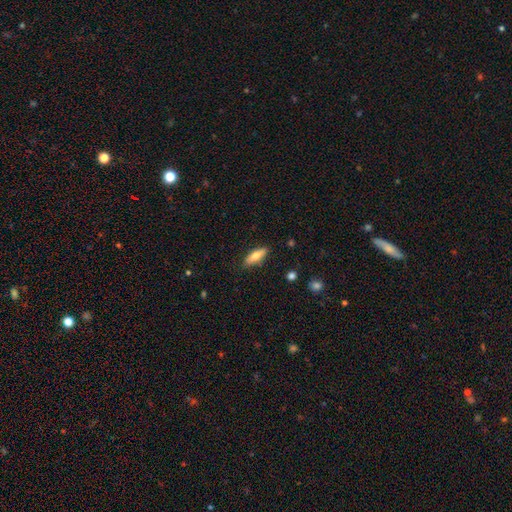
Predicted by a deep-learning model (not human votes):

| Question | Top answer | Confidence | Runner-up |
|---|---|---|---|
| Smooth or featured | smooth | 63% | featured or disk (31%) |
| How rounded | in between | 49% | cigar-shaped (48%) |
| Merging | none | 85% | minor disturbance (11%) |